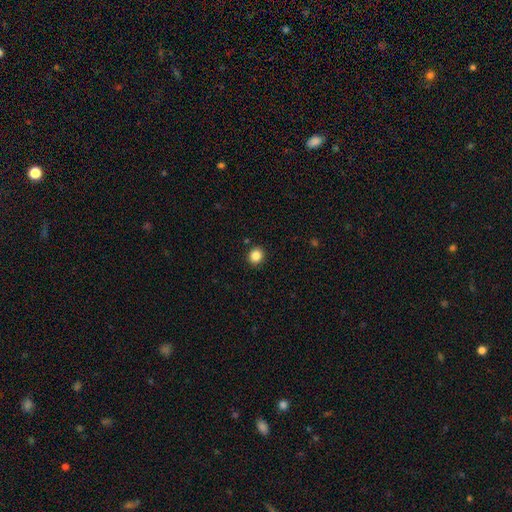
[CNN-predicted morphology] This is clearly a smooth galaxy (85%). How rounded: clearly round (86%). Merging: clearly none (91%).